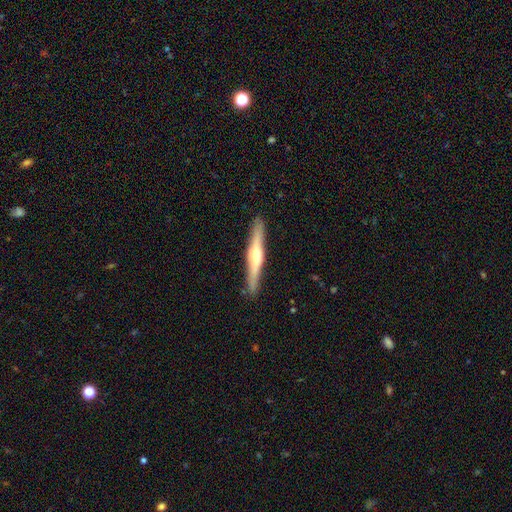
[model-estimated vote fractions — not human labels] A featured or disk galaxy (64%) viewed edge-on (96%) with a rounded central bulge (80%). Merging: none (89%).